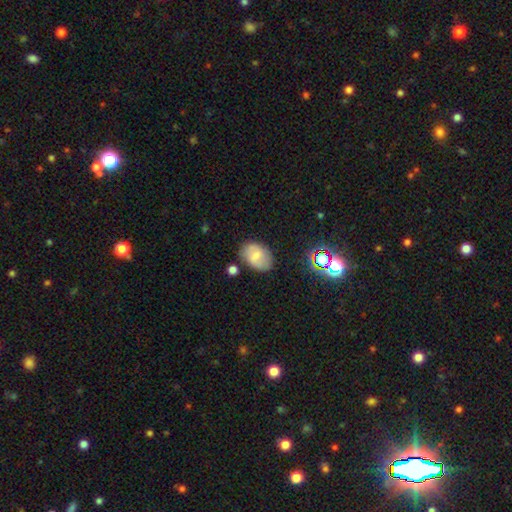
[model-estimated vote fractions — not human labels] Q: Smooth or featured?
A: smooth (60%); runner-up: featured or disk (29%)
Q: How rounded?
A: in between (78%); runner-up: round (21%)
Q: Merging?
A: none (73%); runner-up: minor disturbance (17%)